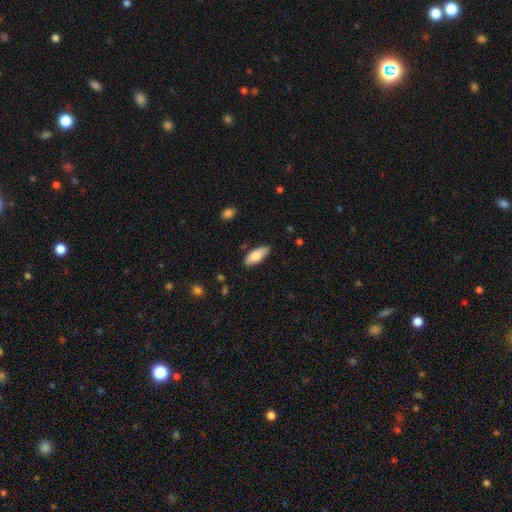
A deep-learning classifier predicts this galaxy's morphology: Smooth or featured: smooth — 82% (featured or disk — 12%)
How rounded: in between — 80% (cigar-shaped — 18%)
Merging: none — 80% (minor disturbance — 16%)